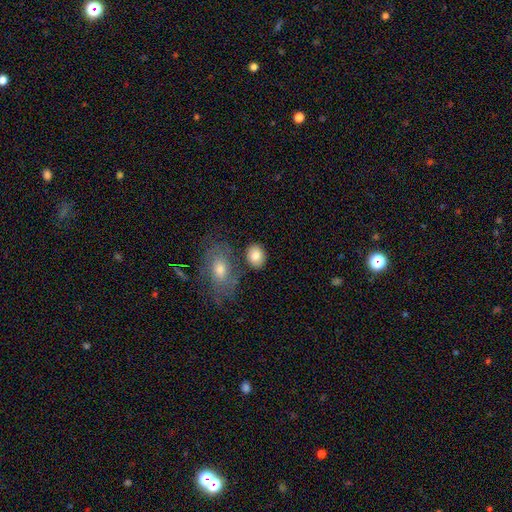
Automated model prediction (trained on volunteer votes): Smooth or featured: smooth — 83% (featured or disk — 9%)
How rounded: in between — 55% (round — 44%)
Merging: none — 75% (minor disturbance — 12%)